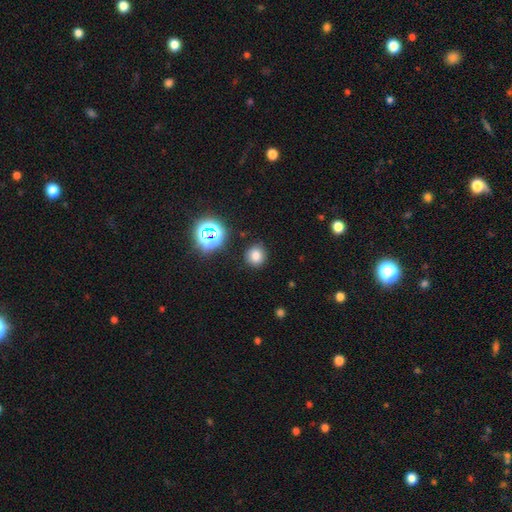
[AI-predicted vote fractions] This appears to be a smooth galaxy with no disk features (74%) that is round (84%). Merging: none (87%).